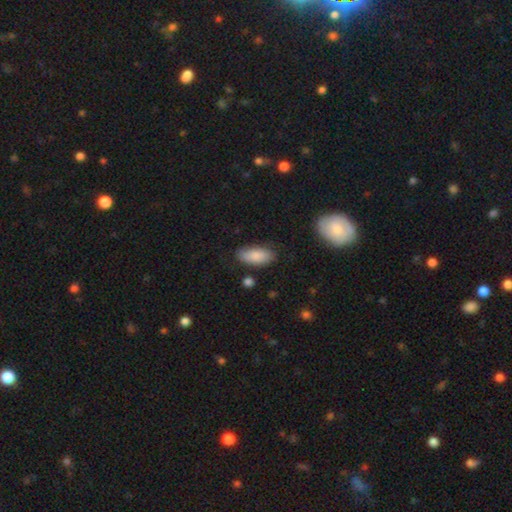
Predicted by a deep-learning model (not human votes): Q: Smooth or featured?
A: smooth (86%); runner-up: featured or disk (8%)
Q: How rounded?
A: in between (88%); runner-up: cigar-shaped (10%)
Q: Merging?
A: none (80%); runner-up: minor disturbance (14%)